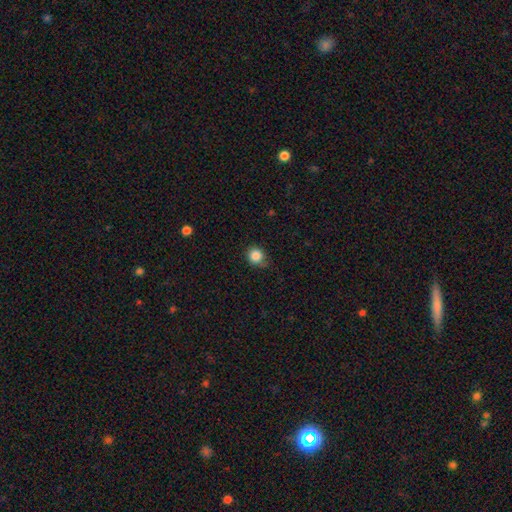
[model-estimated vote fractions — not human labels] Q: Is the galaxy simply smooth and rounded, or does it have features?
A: smooth — 86%.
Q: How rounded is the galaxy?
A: round — 85%.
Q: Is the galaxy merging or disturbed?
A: none — 66%.